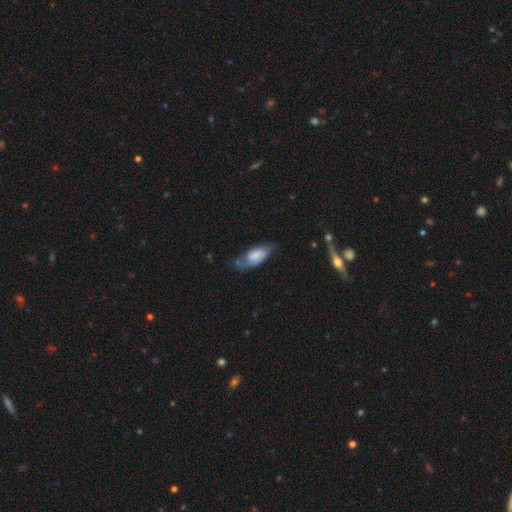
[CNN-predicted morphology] smooth-or-featured: smooth: 51% | featured or disk: 41% | star or artifact: 7%
  how-rounded: in between: 87% | cigar-shaped: 9% | round: 4%
  merging: none: 47% | minor disturbance: 32% | major disturbance: 17% | merger: 4%